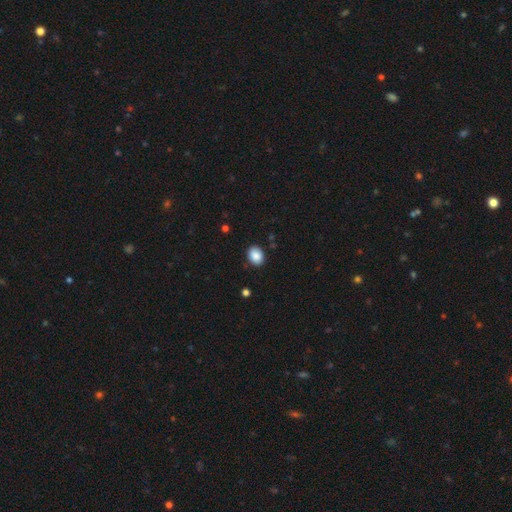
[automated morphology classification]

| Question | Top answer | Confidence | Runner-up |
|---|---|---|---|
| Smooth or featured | smooth | 88% | star or artifact (8%) |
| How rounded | in between | 64% | round (35%) |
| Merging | none | 87% | minor disturbance (10%) |